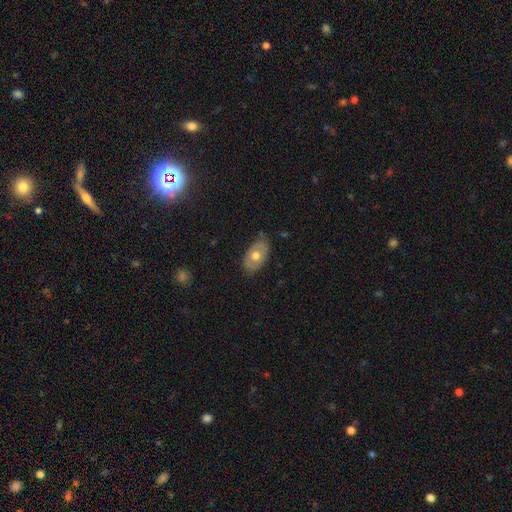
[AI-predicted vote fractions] A smooth galaxy with no disk features (59%) that is in between round and cigar-shaped (90%).

Vote fractions:
- Smooth or featured? smooth: 59% / featured or disk: 35% / star or artifact: 6%
- How rounded? in between: 90% / round: 9% / cigar-shaped: 2%
- Merging? none: 75% / minor disturbance: 20% / major disturbance: 4% / merger: 1%